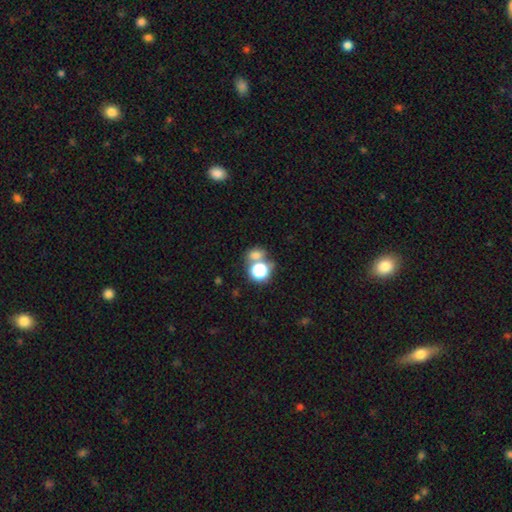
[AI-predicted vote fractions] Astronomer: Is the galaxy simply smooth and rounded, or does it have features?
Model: smooth — 69%.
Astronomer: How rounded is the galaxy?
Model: round — 59% (runner-up: in between, 40%).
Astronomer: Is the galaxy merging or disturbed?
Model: none — 48% (runner-up: merger, 37%).